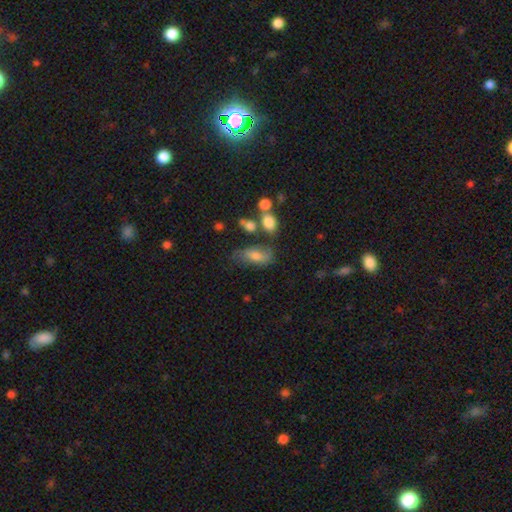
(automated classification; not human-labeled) Smooth or featured?
  - smooth: 68% *
  - featured or disk: 22%
  - star or artifact: 10%
How rounded?
  - in between: 84% *
  - cigar-shaped: 10%
  - round: 6%
Merging?
  - none: 52% *
  - minor disturbance: 25%
  - merger: 12%
  - major disturbance: 11%